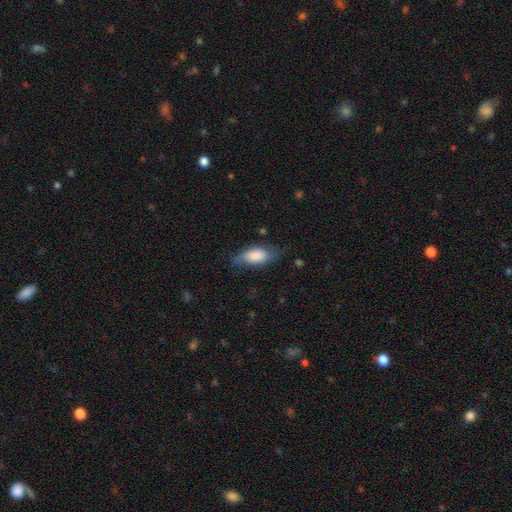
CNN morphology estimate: Smooth or featured?
  - smooth: 73% *
  - featured or disk: 20%
  - star or artifact: 7%
How rounded?
  - in between: 88% *
  - cigar-shaped: 9%
  - round: 3%
Merging?
  - none: 54% *
  - minor disturbance: 32%
  - major disturbance: 12%
  - merger: 2%